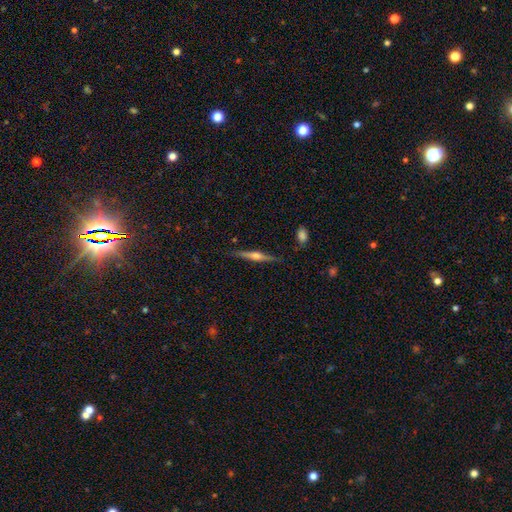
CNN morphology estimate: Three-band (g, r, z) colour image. It shows a featured or disk galaxy (71%) viewed edge-on (98%) with a rounded central bulge (84%). Merging: none (86%).